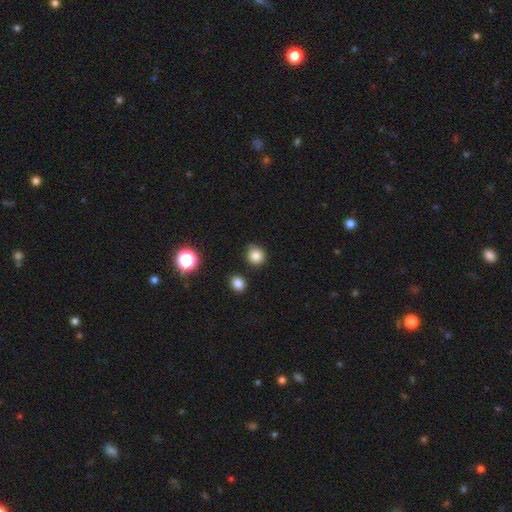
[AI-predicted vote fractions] Smooth or featured: smooth — 83% (star or artifact — 13%)
How rounded: round — 86% (in between — 14%)
Merging: none — 80% (minor disturbance — 14%)